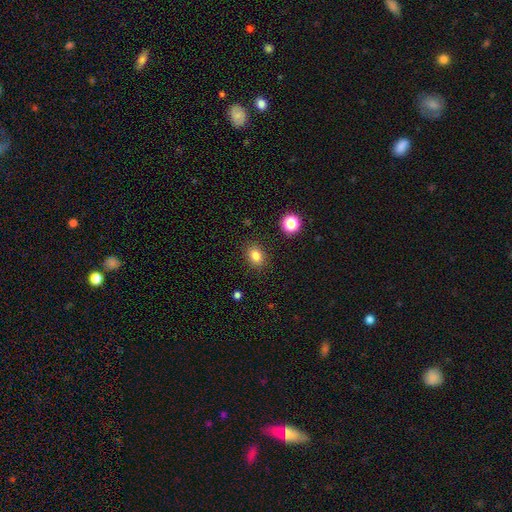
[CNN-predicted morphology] Smooth or featured? smooth (81%)
How rounded? round (54%)
Merging? none (88%)